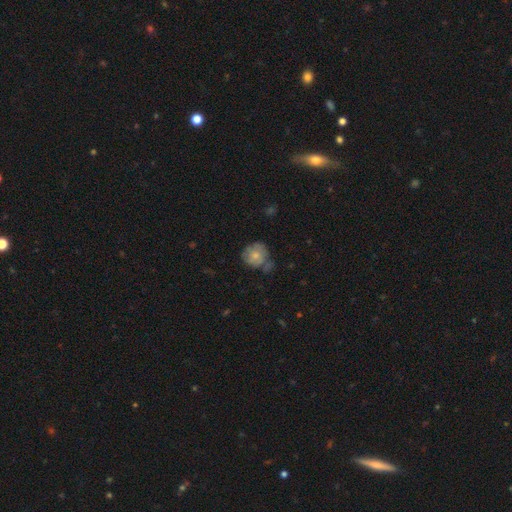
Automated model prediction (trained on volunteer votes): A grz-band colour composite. It shows a smooth galaxy with no disk features (58%) that is round (80%). Merging: none (50%).